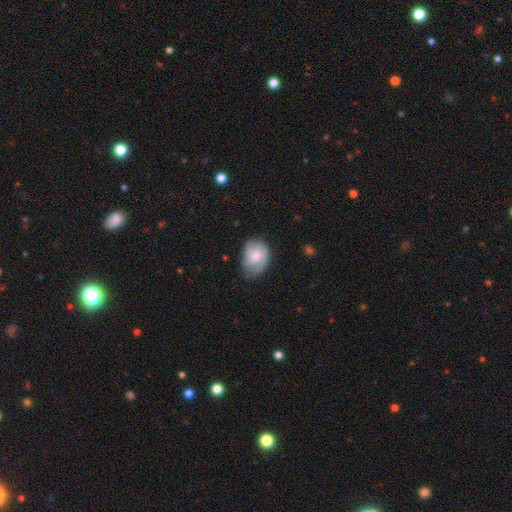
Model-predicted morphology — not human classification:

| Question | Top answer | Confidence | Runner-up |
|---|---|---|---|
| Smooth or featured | smooth | 67% | featured or disk (26%) |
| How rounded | in between | 62% | round (37%) |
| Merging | none | 50% | minor disturbance (38%) |